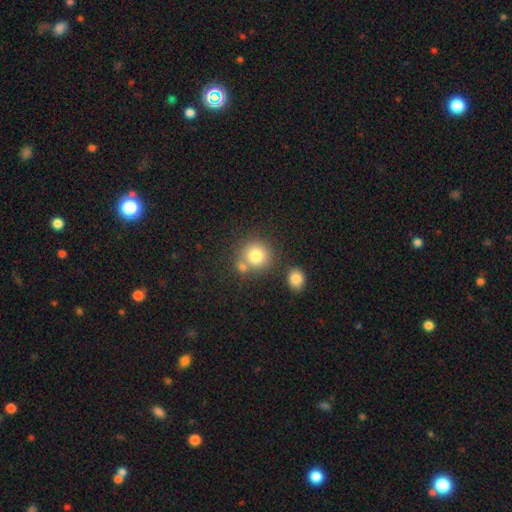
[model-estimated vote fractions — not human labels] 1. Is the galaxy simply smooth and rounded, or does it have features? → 79% smooth, 11% star or artifact, 10% featured or disk.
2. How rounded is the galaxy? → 90% round, 9% in between, 1% cigar-shaped.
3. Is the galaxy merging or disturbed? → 64% none, 23% merger, 9% minor disturbance, 4% major disturbance.